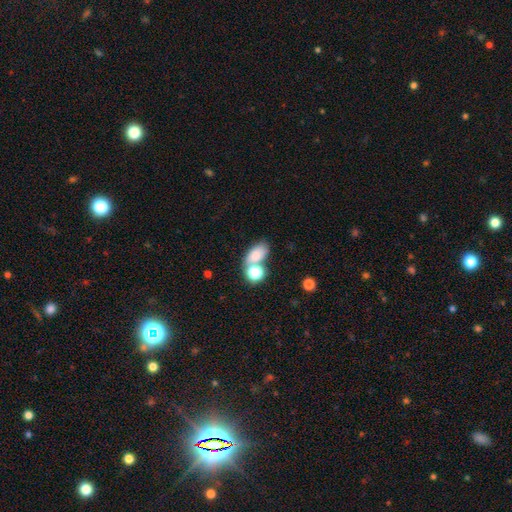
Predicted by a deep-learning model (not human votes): Q: Smooth or featured?
A: smooth (77%); runner-up: featured or disk (12%)
Q: How rounded?
A: in between (83%); runner-up: round (14%)
Q: Merging?
A: none (41%); tied with: merger (41%)